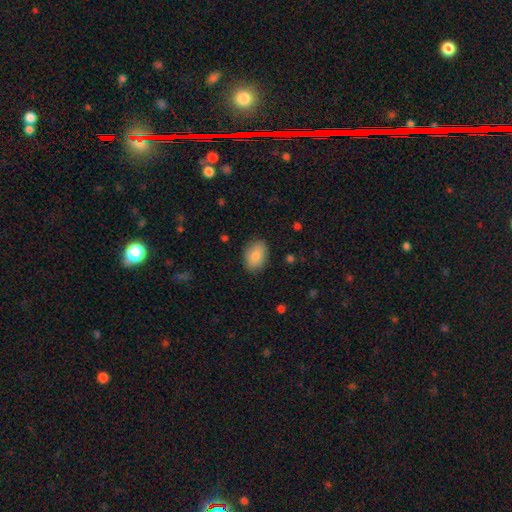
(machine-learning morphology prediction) Overall: smooth (86%). How rounded: in between (86%). Merging: none (84%).